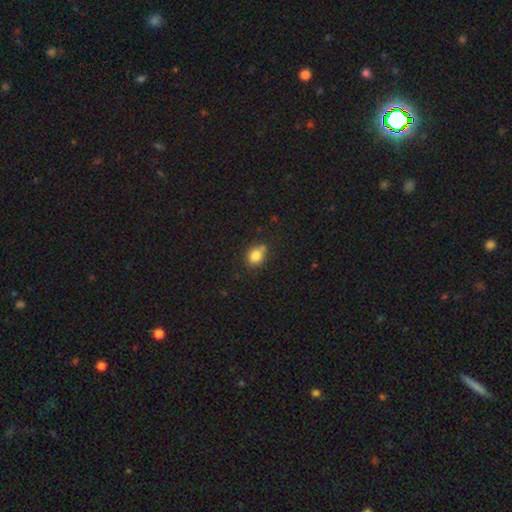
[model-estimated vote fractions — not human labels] This appears to be a smooth galaxy with no disk features (82%) that is round (53%). Merging: none (59%).